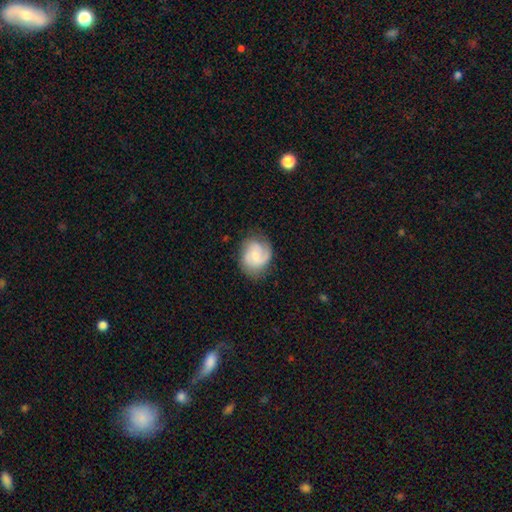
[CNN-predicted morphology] Smooth or featured: featured or disk — 65% (smooth — 28%)
Edge-on disk: no — 98% (yes — 2%)
Bar: no — 58% (weak — 36%)
Spiral arms: yes — 93% (no — 7%)
Spiral winding: medium — 44% (tight — 37%)
Spiral arm count: 2 — 61% (1 — 15%)
Bulge size: small — 50% (moderate — 40%)
Merging: none — 71% (minor disturbance — 20%)